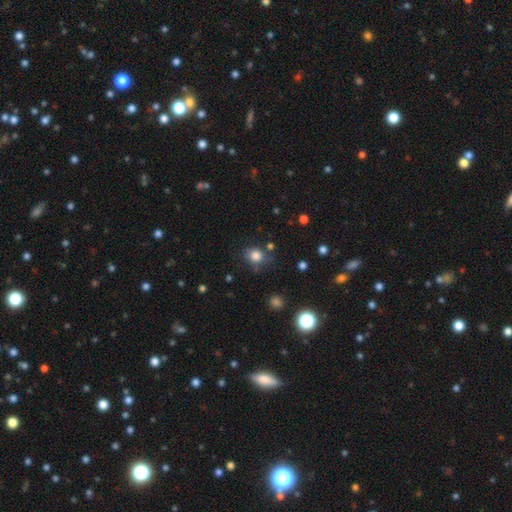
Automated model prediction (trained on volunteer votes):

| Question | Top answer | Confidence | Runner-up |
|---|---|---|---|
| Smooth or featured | smooth | 82% | star or artifact (12%) |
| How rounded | round | 65% | in between (34%) |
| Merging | none | 70% | minor disturbance (19%) |